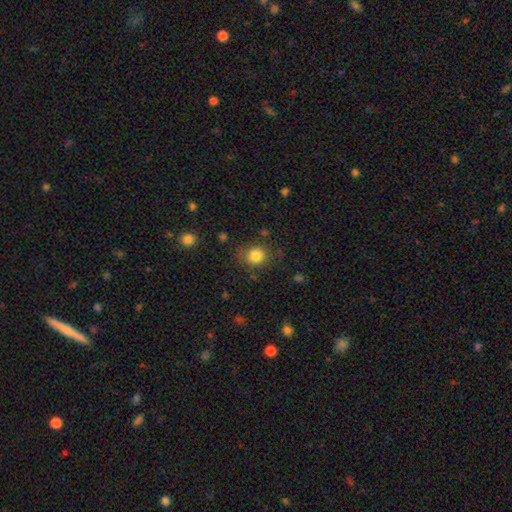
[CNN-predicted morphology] A smooth galaxy with no disk features (83%) that is round (78%).

Vote fractions:
- Smooth or featured? smooth: 83% / star or artifact: 11% / featured or disk: 6%
- How rounded? round: 78% / in between: 22% / cigar-shaped: 1%
- Merging? none: 78% / minor disturbance: 14% / major disturbance: 5% / merger: 2%